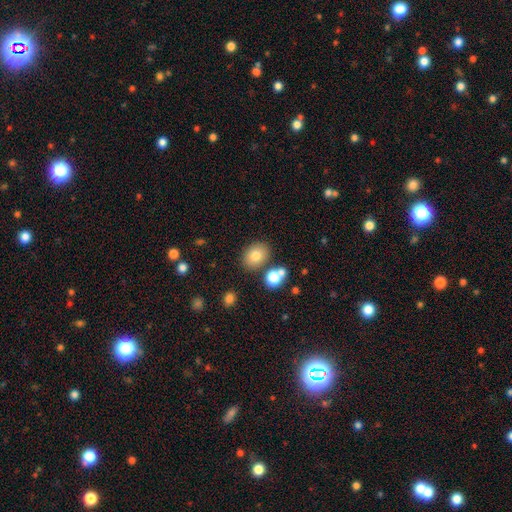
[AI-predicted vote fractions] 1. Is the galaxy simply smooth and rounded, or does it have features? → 78% smooth, 11% featured or disk, 11% star or artifact.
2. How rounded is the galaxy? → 61% in between, 38% round, 1% cigar-shaped.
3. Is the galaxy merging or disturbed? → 76% none, 11% merger, 10% minor disturbance, 3% major disturbance.